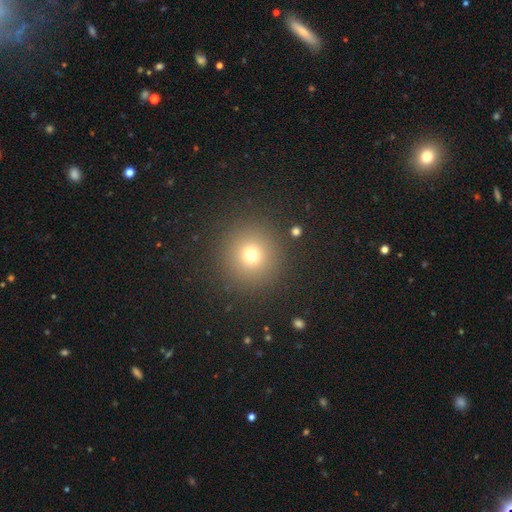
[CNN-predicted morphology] Q: Smooth or featured?
A: smooth (67%); runner-up: star or artifact (26%)
Q: How rounded?
A: round (95%); runner-up: in between (4%)
Q: Merging?
A: none (92%); runner-up: minor disturbance (4%)